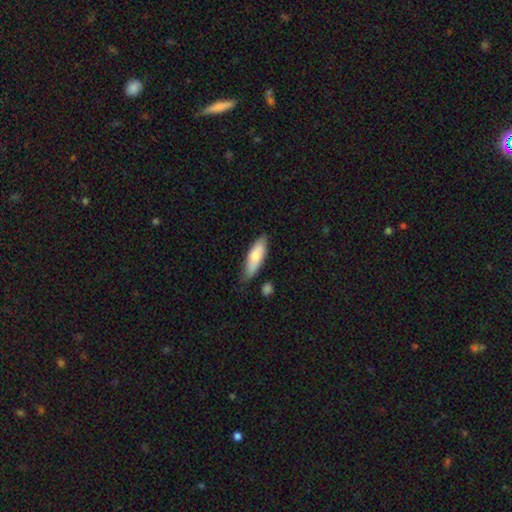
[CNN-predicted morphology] Smooth or featured: smooth — 75% (featured or disk — 20%)
How rounded: in between — 56% (cigar-shaped — 42%)
Merging: none — 75% (minor disturbance — 19%)